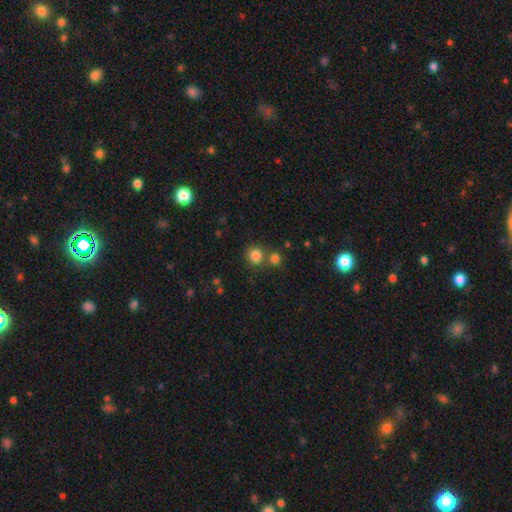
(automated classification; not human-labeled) This appears to be a smooth galaxy with no disk features (82%) that is round (85%). Merging: none (64%).